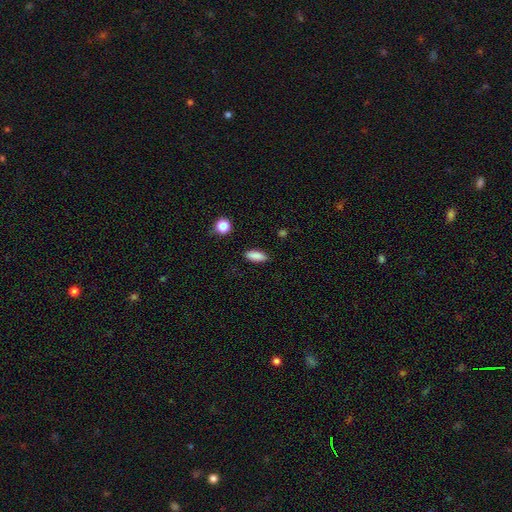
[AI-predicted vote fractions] A smooth galaxy with no disk features (87%) that is in between round and cigar-shaped (67%).

Vote fractions:
- Smooth or featured? smooth: 87% / star or artifact: 8% / featured or disk: 5%
- How rounded? in between: 67% / cigar-shaped: 29% / round: 4%
- Merging? none: 87% / minor disturbance: 10% / major disturbance: 2% / merger: 1%